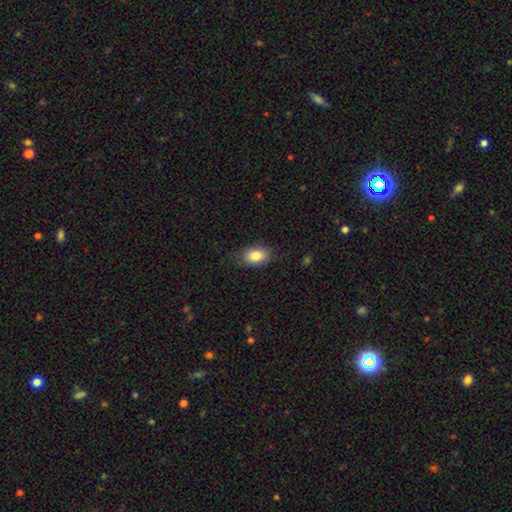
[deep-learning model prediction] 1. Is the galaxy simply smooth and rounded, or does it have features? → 84% smooth, 8% featured or disk, 7% star or artifact.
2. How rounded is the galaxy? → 86% in between, 13% round, 1% cigar-shaped.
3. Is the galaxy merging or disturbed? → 77% none, 17% minor disturbance, 5% major disturbance, 1% merger.